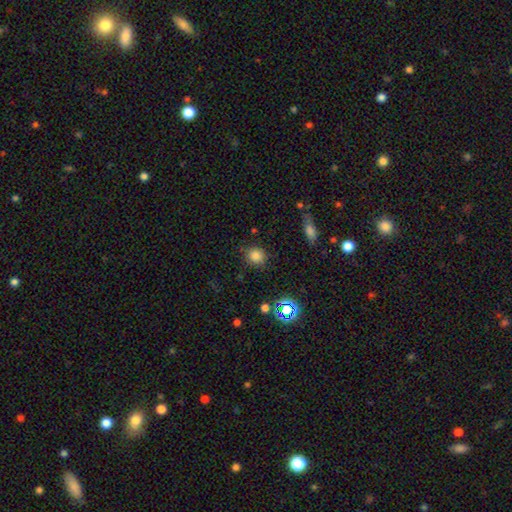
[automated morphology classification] A smooth galaxy with no disk features (78%) that is round (84%).

Vote fractions:
- Smooth or featured? smooth: 78% / star or artifact: 16% / featured or disk: 5%
- How rounded? round: 84% / in between: 14% / cigar-shaped: 1%
- Merging? none: 83% / minor disturbance: 12% / major disturbance: 3% / merger: 2%